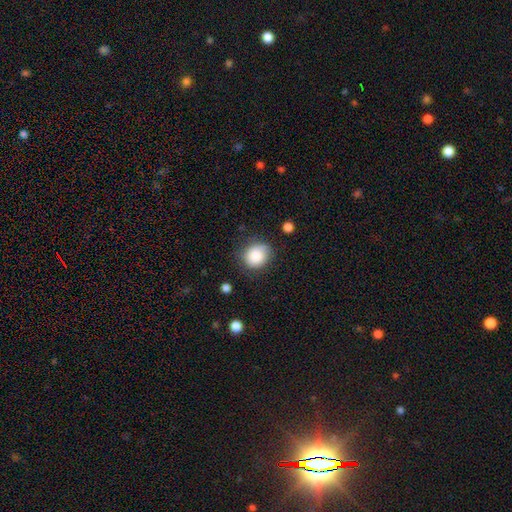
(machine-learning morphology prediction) smooth_or_featured: smooth (p=0.85) [alt: star or artifact p=0.08]
how_rounded: round (p=0.71) [alt: in between p=0.28]
merging: none (p=0.75) [alt: minor disturbance p=0.18]